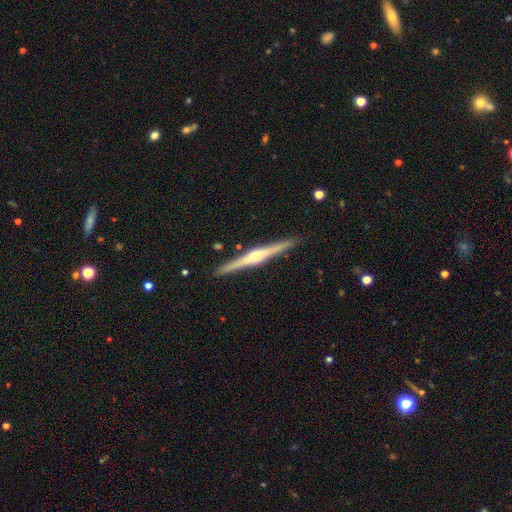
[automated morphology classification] Smooth or featured? Predicted: featured or disk (p=0.81). Edge-on disk? Predicted: yes (p=0.98). Edge-on bulge? Predicted: rounded (p=0.81). Merging? Predicted: none (p=0.92).